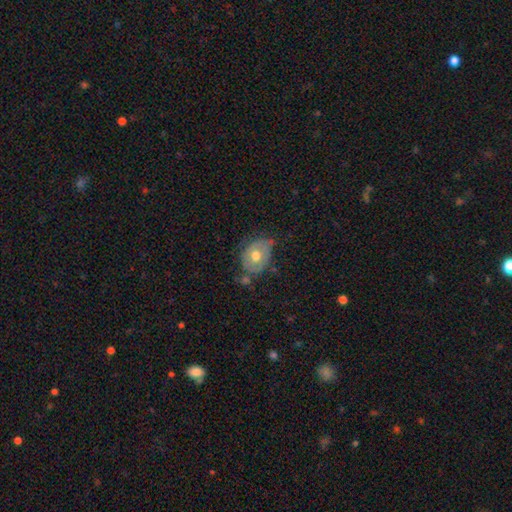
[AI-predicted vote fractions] smooth-or-featured: smooth: 55% | featured or disk: 37% | star or artifact: 8%
  how-rounded: in between: 55% | round: 44% | cigar-shaped: 1%
  merging: none: 48% | minor disturbance: 34% | major disturbance: 11% | merger: 7%